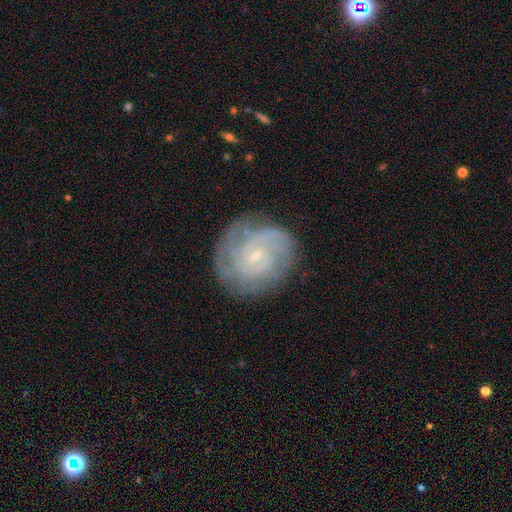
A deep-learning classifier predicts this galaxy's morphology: Smooth or featured?
  - featured or disk: 81% *
  - smooth: 12%
  - star or artifact: 7%
Edge-on disk?
  - no: 97% *
  - yes: 3%
Bar?
  - no: 66% *
  - weak: 28%
  - strong: 6%
Spiral arms?
  - yes: 94% *
  - no: 6%
Spiral winding?
  - tight: 69% *
  - medium: 25%
  - loose: 6%
Spiral arm count?
  - can't tell: 35% *
  - 2: 22%
  - 3: 19%
  - 4: 12%
  - more than 4: 6%
  - 1: 6%
Bulge size?
  - small: 84% *
  - moderate: 12%
  - none: 2%
  - large: 1%
  - dominant: 1%
Merging?
  - none: 77% *
  - minor disturbance: 16%
  - major disturbance: 6%
  - merger: 1%